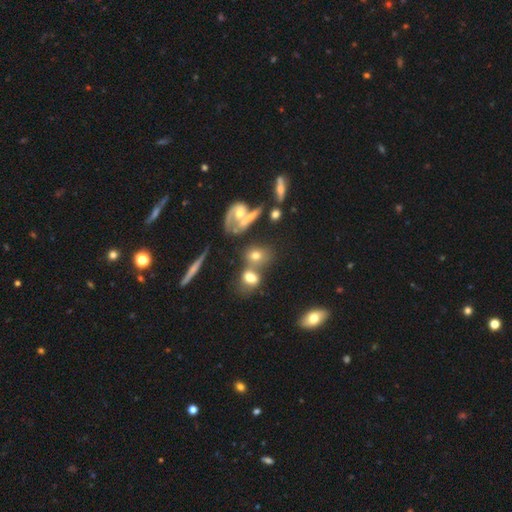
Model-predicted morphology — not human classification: This appears to be a smooth galaxy with no disk features (62%) that is in between round and cigar-shaped (52%). Merging: merger (43%).